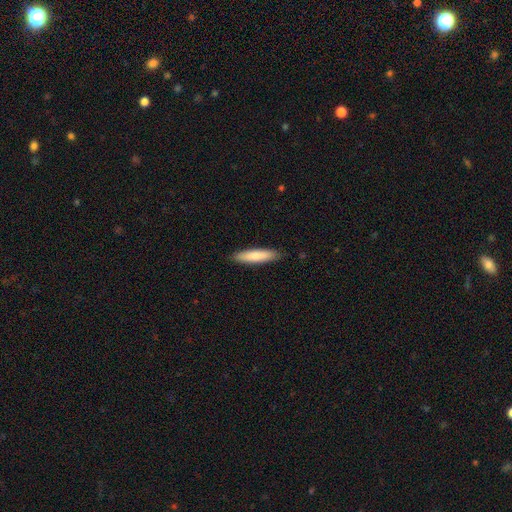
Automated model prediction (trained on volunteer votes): smooth 82%, featured or disk 13%, star or artifact 5%. Down the decision tree: how rounded — cigar-shaped (82%); merging — none (88%).